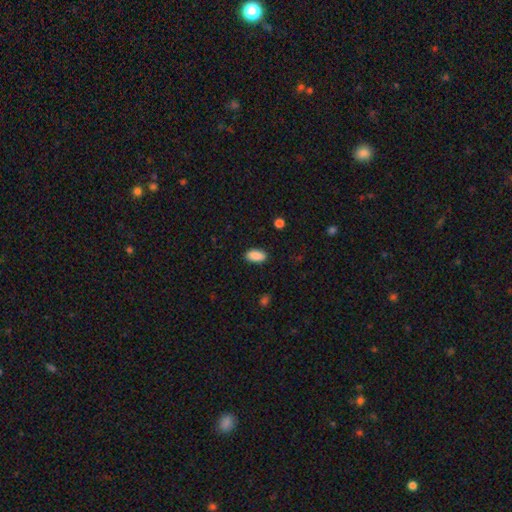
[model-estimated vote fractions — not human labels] Q: Smooth or featured?
A: smooth (90%); runner-up: star or artifact (7%)
Q: How rounded?
A: in between (92%); runner-up: cigar-shaped (5%)
Q: Merging?
A: none (88%); runner-up: minor disturbance (9%)